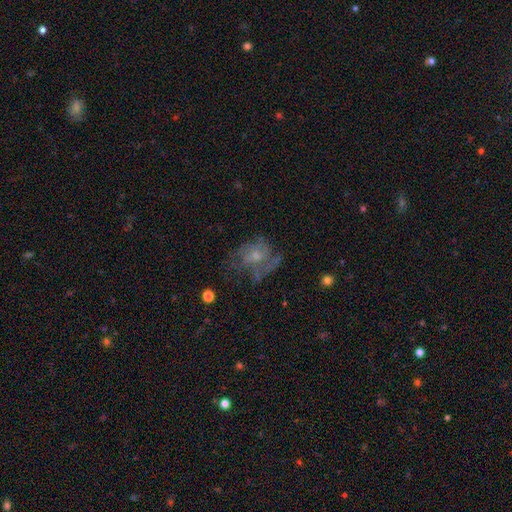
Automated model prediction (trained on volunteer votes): Morphology: type=featured or disk (56%); edge-on=no (97%); bar=no (80%); spiral arms=yes (52%); bulge=small (52%); merging=none (39%).